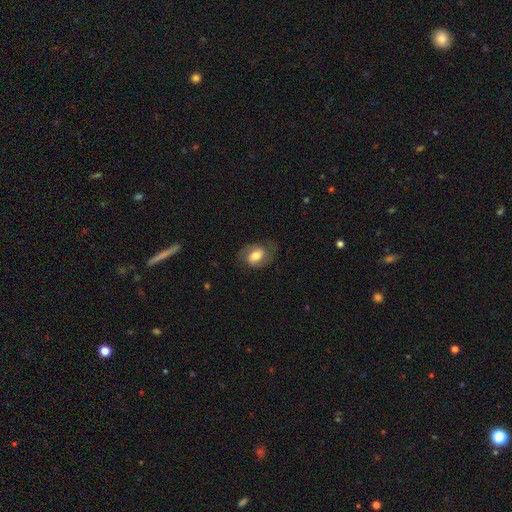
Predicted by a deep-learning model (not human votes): Smooth or featured?
  - featured or disk: 51% *
  - smooth: 42%
  - star or artifact: 7%
Edge-on disk?
  - no: 95% *
  - yes: 5%
Merging?
  - none: 70% *
  - minor disturbance: 19%
  - major disturbance: 10%
  - merger: 1%